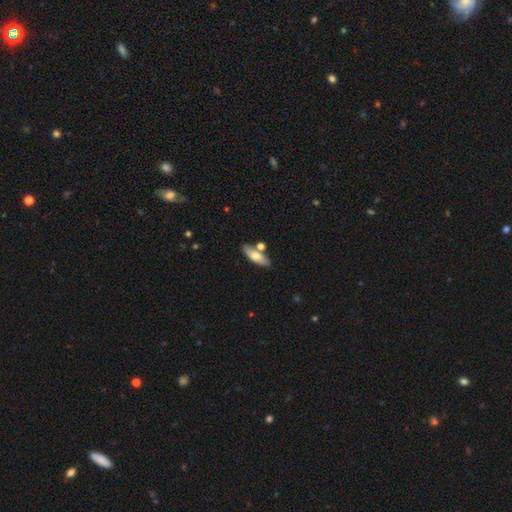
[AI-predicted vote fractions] This appears to be a smooth galaxy with no disk features (65%) that is in between round and cigar-shaped (60%). Merging: none (73%).